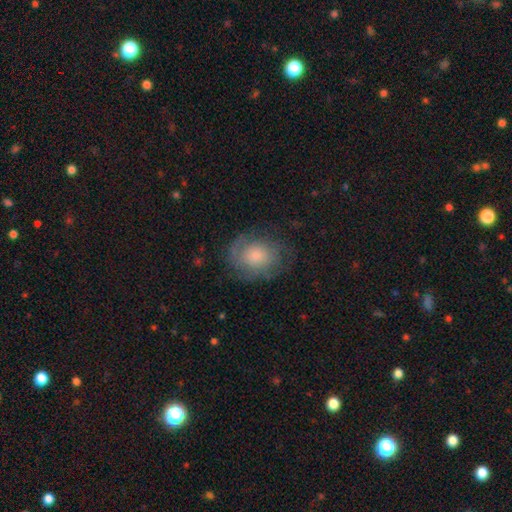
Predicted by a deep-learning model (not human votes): Smooth or featured: featured or disk — 50% (smooth — 41%)
Edge-on disk: no — 97% (yes — 3%)
Merging: none — 67% (minor disturbance — 20%)